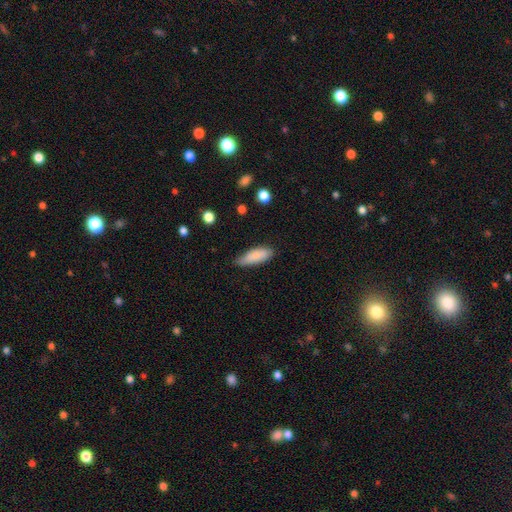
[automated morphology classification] A smooth galaxy with no disk features (84%) that is in between round and cigar-shaped (65%). Merging: none (65%).